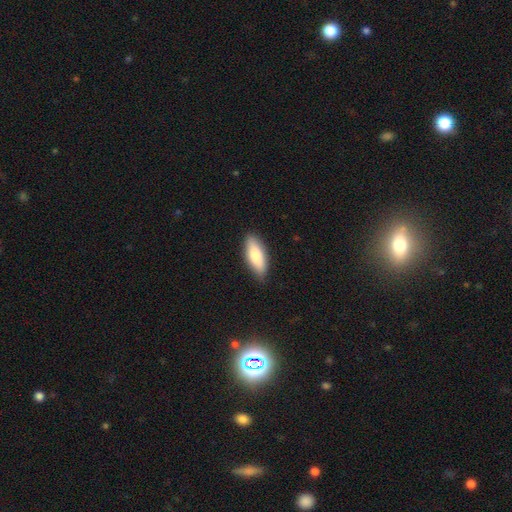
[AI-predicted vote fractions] Smooth or featured: smooth — 81% (featured or disk — 13%)
How rounded: in between — 70% (cigar-shaped — 28%)
Merging: none — 86% (minor disturbance — 11%)